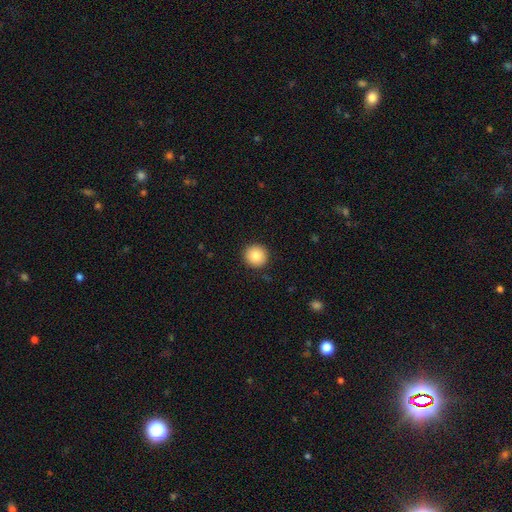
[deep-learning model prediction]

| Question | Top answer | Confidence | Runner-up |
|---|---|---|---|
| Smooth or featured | smooth | 86% | star or artifact (8%) |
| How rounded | round | 94% | in between (5%) |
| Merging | none | 92% | minor disturbance (6%) |